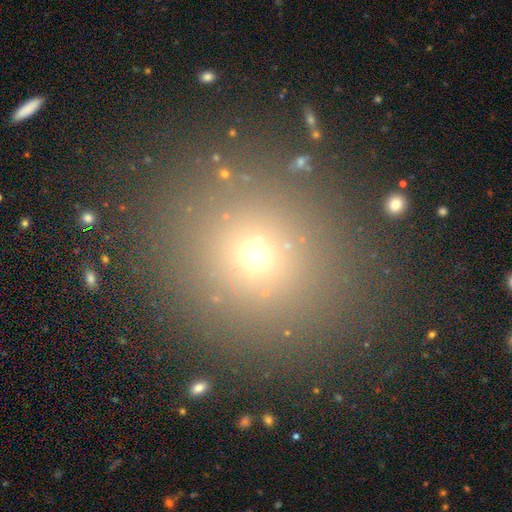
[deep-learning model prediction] Overall: smooth (63%; star or artifact 26%). How rounded: round (78%). Merging: none (81%).